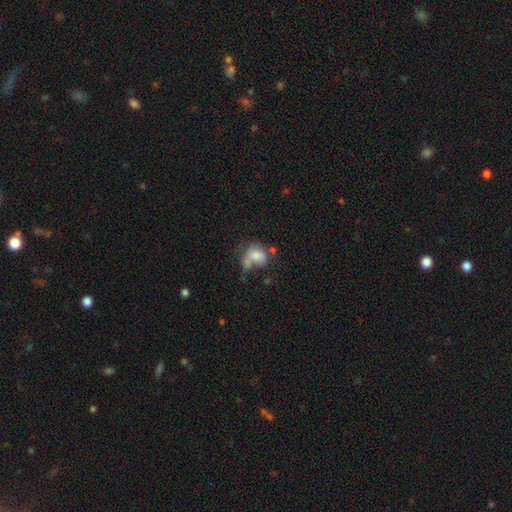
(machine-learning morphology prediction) smooth 71%, featured or disk 19%, star or artifact 10%. Down the decision tree: how rounded — in between (63%); merging — merger (33%).